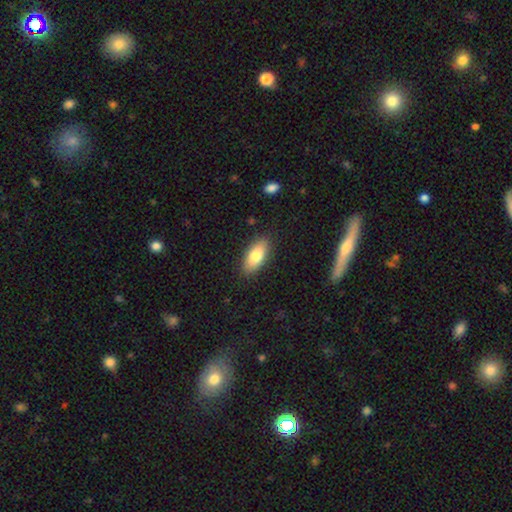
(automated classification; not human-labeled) smooth_or_featured: smooth (p=0.80) [alt: featured or disk p=0.13]
how_rounded: in between (p=0.88) [alt: cigar-shaped p=0.10]
merging: none (p=0.87) [alt: minor disturbance p=0.10]